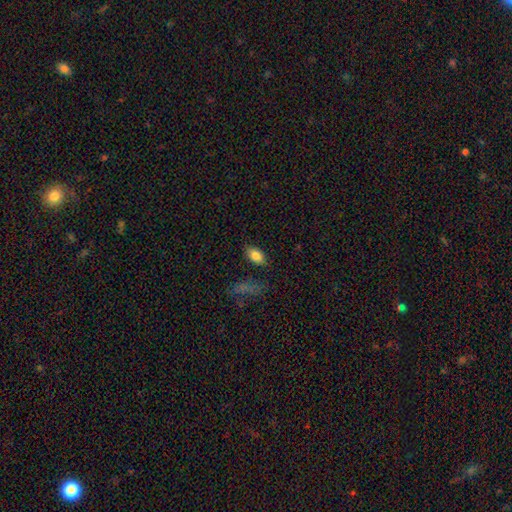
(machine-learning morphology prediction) Smooth or featured? Predicted: smooth (p=0.83). How rounded? Predicted: in between (p=0.91). Merging? Predicted: none (p=0.83).